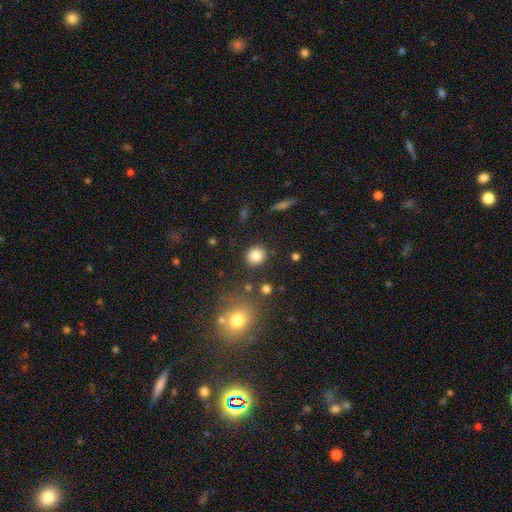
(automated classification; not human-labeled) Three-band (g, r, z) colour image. It shows a smooth galaxy with no disk features (83%) that is round (80%). Merging: none (87%).